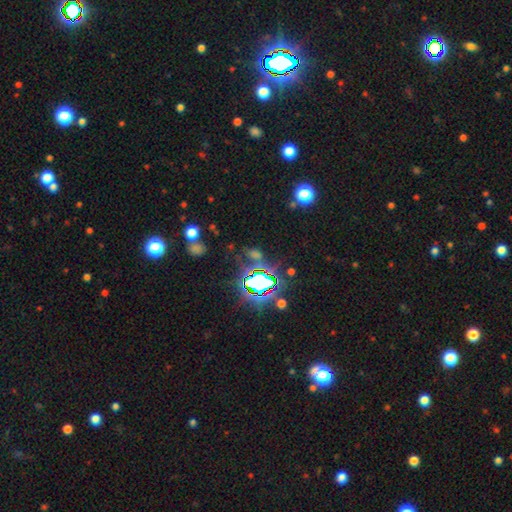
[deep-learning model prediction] smooth-or-featured: star or artifact: 66% | smooth: 23% | featured or disk: 11%